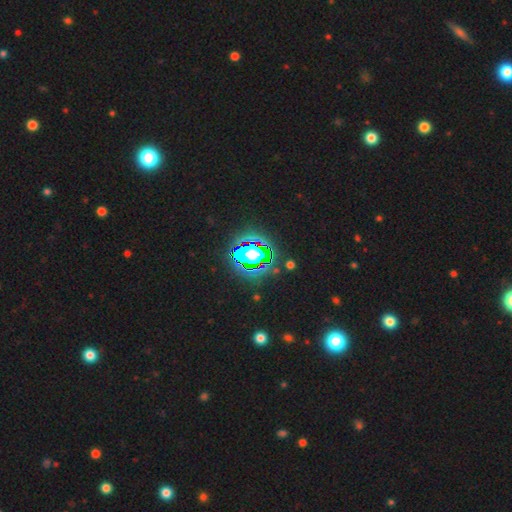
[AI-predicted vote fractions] smooth_or_featured: star or artifact (p=0.64) [alt: smooth p=0.22]